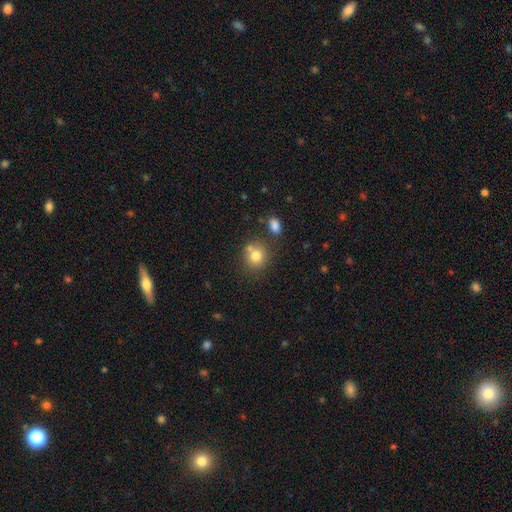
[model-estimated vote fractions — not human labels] smooth-or-featured: smooth: 78% | star or artifact: 11% | featured or disk: 11%
  how-rounded: round: 82% | in between: 17% | cigar-shaped: 1%
  merging: none: 65% | merger: 20% | minor disturbance: 12% | major disturbance: 4%